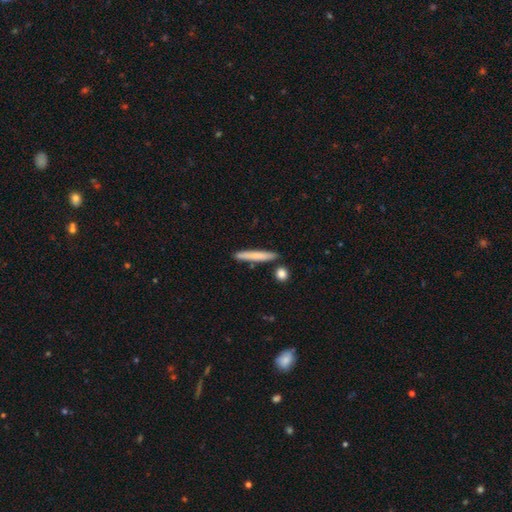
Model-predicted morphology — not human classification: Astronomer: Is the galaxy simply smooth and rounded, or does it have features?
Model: smooth — 74%.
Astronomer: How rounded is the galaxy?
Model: cigar-shaped — 94%.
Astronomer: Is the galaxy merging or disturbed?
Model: none — 85%.